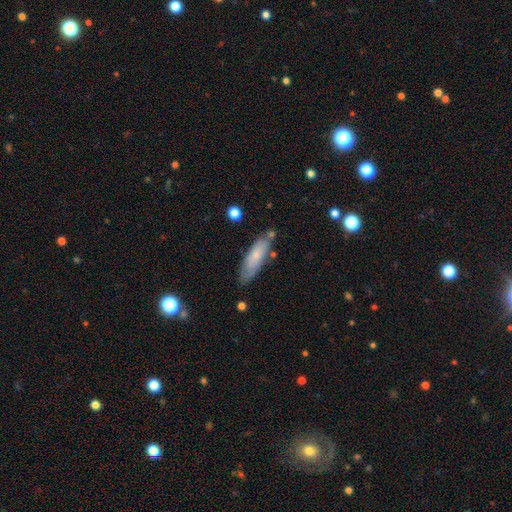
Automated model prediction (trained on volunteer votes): Smooth or featured? Predicted: smooth (p=0.69). How rounded? Predicted: cigar-shaped (p=0.54). Merging? Predicted: none (p=0.72).